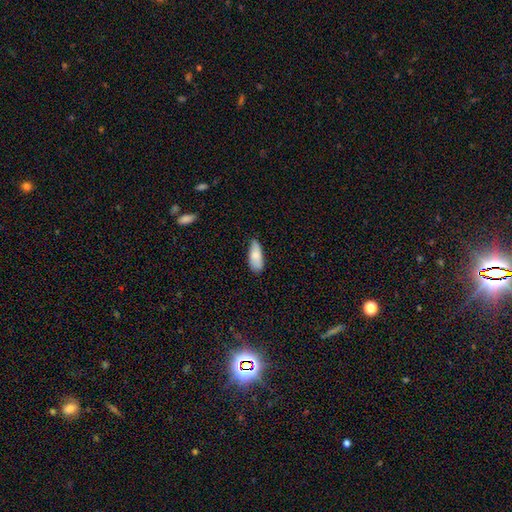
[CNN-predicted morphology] A smooth galaxy with no disk features (83%) that is in between round and cigar-shaped (79%). Merging: none (67%).